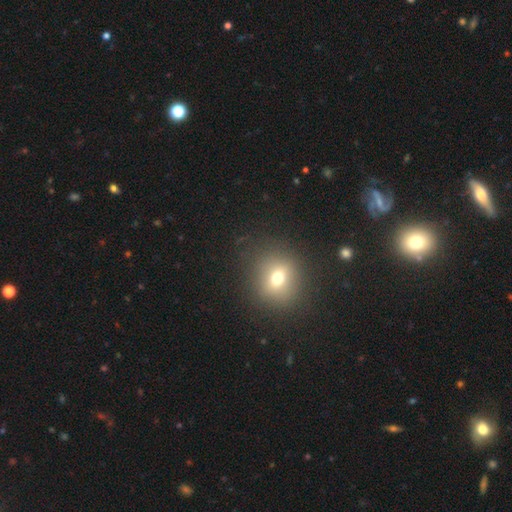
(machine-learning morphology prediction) Smooth or featured? Predicted: smooth (p=0.57). How rounded? Predicted: round (p=0.80). Merging? Predicted: none (p=0.87).